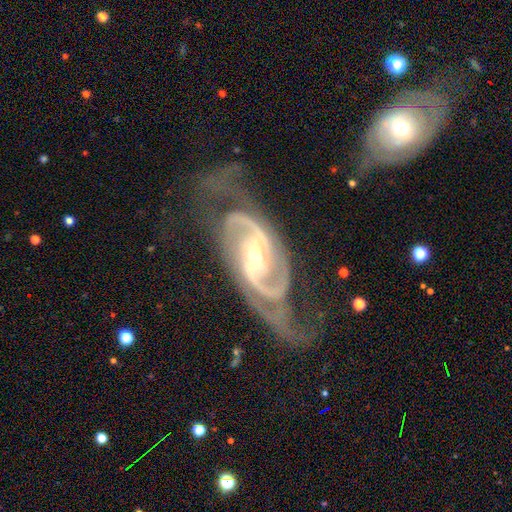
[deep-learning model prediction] smooth-or-featured: featured or disk: 91% | star or artifact: 5% | smooth: 4%
  disk-edge-on: no: 96% | yes: 4%
    bar: strong: 43% | weak: 34% | no: 24%
    has-spiral-arms: yes: 97% | no: 3%
      spiral-winding: medium: 50% | tight: 27% | loose: 23%
      spiral-arm-count: 2: 89% | can't tell: 3% | 3: 3% | 1: 2% | 4: 2% | more than 4: 2%
    bulge-size: moderate: 48% | small: 47% | large: 3% | dominant: 1% | none: 1%
  merging: none: 56% | major disturbance: 23% | minor disturbance: 18% | merger: 3%